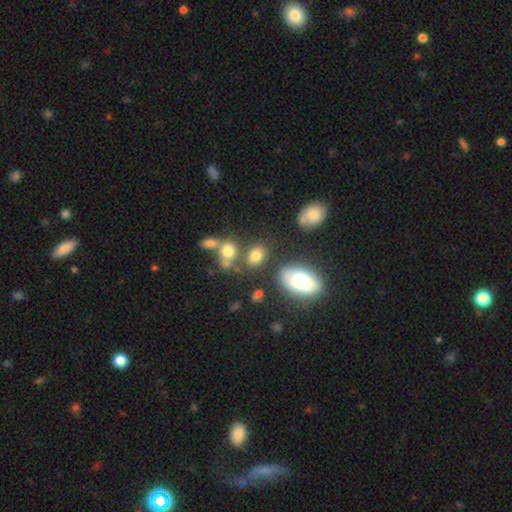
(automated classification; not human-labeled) Smooth or featured: smooth — 79% (star or artifact — 13%)
How rounded: in between — 62% (round — 36%)
Merging: none — 62% (merger — 18%)